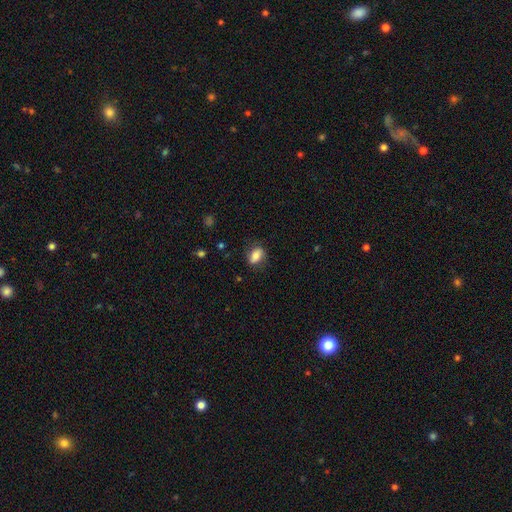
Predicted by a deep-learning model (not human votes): smooth-or-featured: smooth: 76% | featured or disk: 16% | star or artifact: 8%
  how-rounded: in between: 84% | round: 13% | cigar-shaped: 3%
  merging: none: 74% | minor disturbance: 19% | major disturbance: 6% | merger: 1%